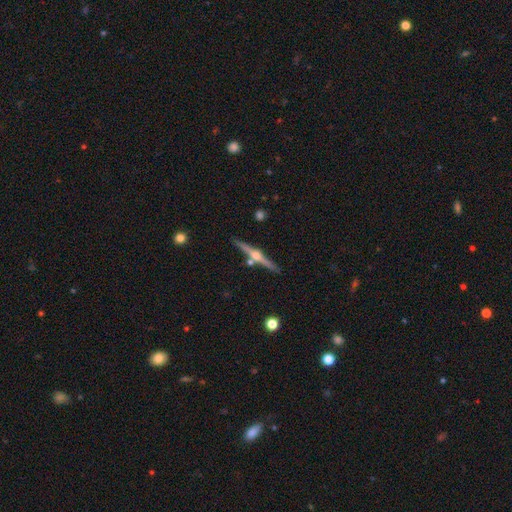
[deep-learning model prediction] smooth_or_featured: featured or disk (p=0.78) [alt: smooth p=0.16]
disk_edge_on: yes (p=0.98) [alt: no p=0.02]
edge_on_bulge: rounded (p=0.94) [alt: none p=0.03]
merging: none (p=0.83) [alt: minor disturbance p=0.08]